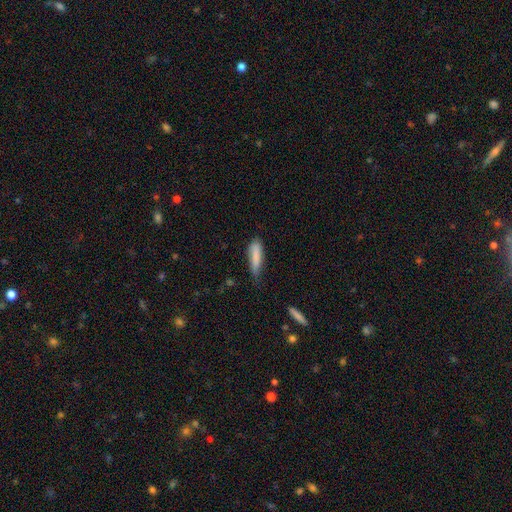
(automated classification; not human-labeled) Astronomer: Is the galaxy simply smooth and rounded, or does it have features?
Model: smooth — 83%.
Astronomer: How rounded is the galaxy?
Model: cigar-shaped — 66%.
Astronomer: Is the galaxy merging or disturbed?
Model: none — 53% (runner-up: minor disturbance, 36%).